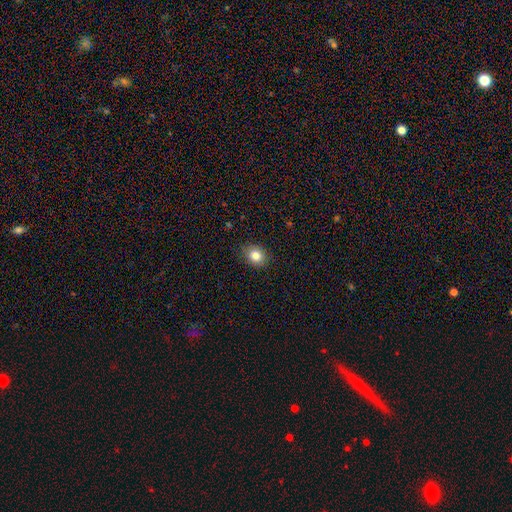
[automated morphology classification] smooth_or_featured: smooth (p=0.82) [alt: star or artifact p=0.10]
how_rounded: round (p=0.59) [alt: in between p=0.40]
merging: none (p=0.87) [alt: minor disturbance p=0.10]